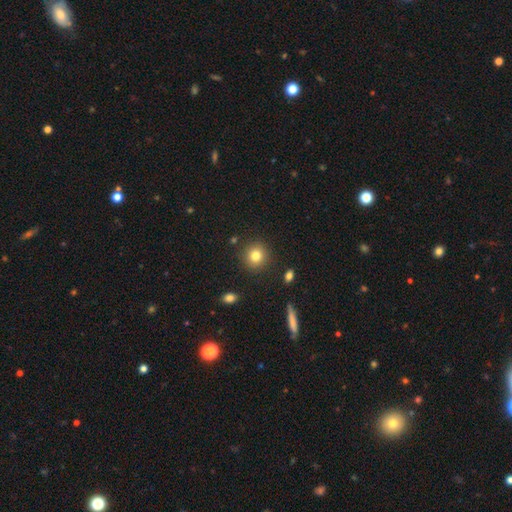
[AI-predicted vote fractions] A smooth galaxy with no disk features (81%) that is round (90%).

Vote fractions:
- Smooth or featured? smooth: 81% / star or artifact: 11% / featured or disk: 8%
- How rounded? round: 90% / in between: 9% / cigar-shaped: 1%
- Merging? none: 89% / minor disturbance: 7% / major disturbance: 2% / merger: 2%